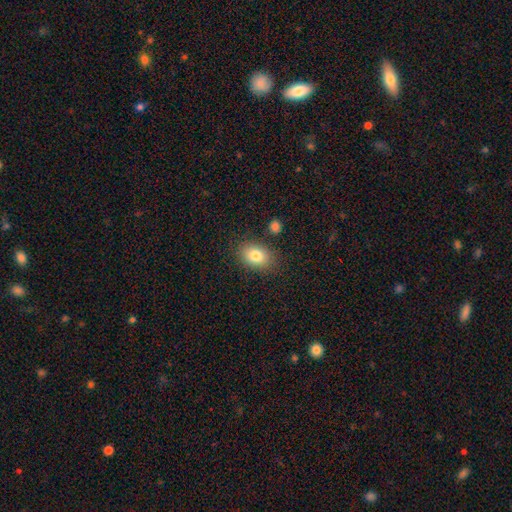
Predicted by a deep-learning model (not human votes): Smooth or featured? smooth (81%)
How rounded? in between (78%)
Merging? none (82%)